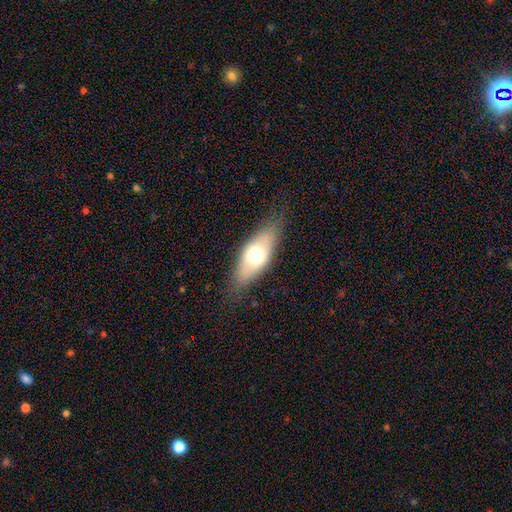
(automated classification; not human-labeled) The model was most divided on "smooth or featured": smooth: 63%, featured or disk: 30%, star or artifact: 7%. More confident: merging — none (78%); how rounded — in between (75%).